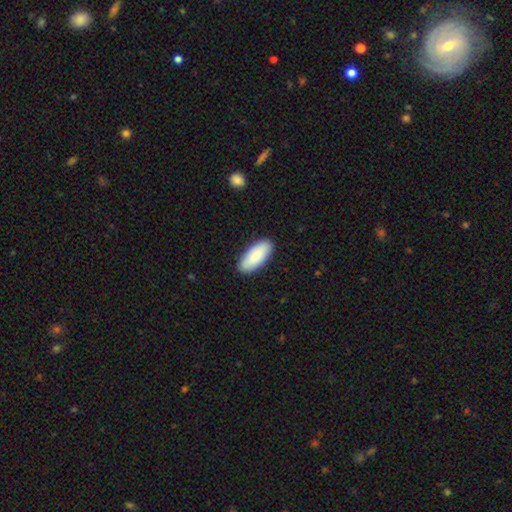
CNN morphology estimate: smooth_or_featured: smooth (p=0.88) [alt: featured or disk p=0.07]
how_rounded: in between (p=0.87) [alt: cigar-shaped p=0.12]
merging: none (p=0.89) [alt: minor disturbance p=0.08]